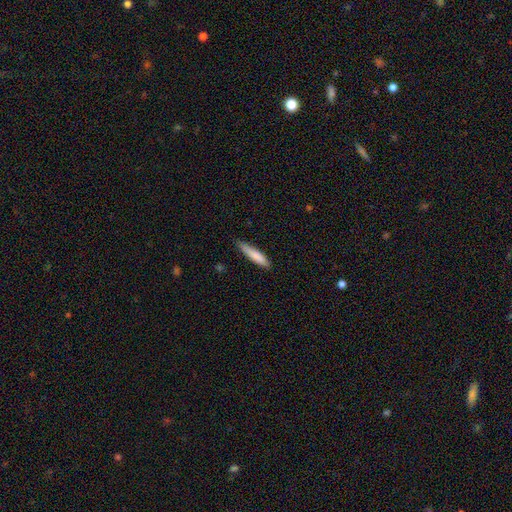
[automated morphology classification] type=smooth (81%); roundness=cigar-shaped (85%); merging=none (80%).